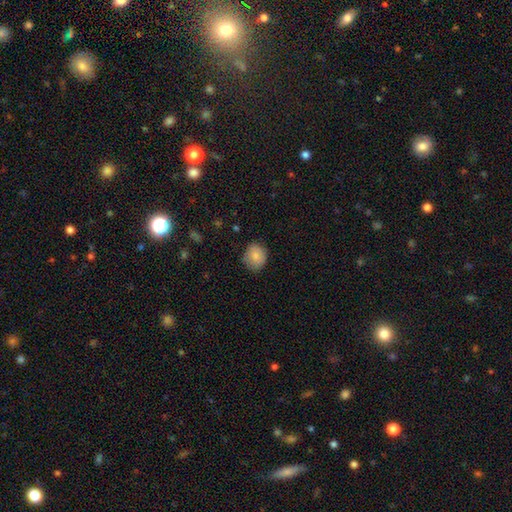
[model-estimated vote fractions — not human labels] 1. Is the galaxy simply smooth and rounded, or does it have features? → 82% smooth, 10% featured or disk, 8% star or artifact.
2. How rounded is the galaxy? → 70% round, 29% in between, 1% cigar-shaped.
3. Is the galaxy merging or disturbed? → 79% none, 17% minor disturbance, 3% major disturbance, 1% merger.